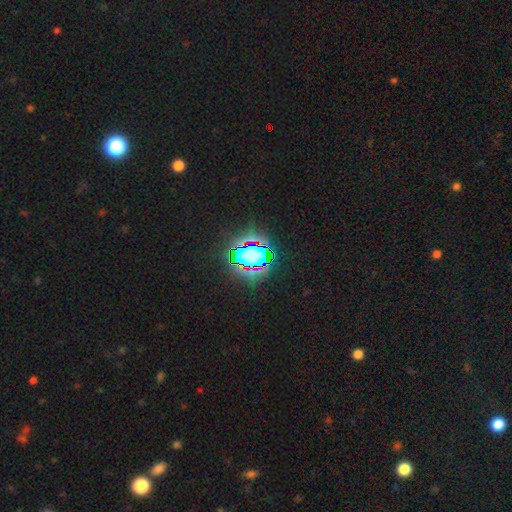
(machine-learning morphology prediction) Smooth or featured? Predicted: star or artifact (p=0.65).